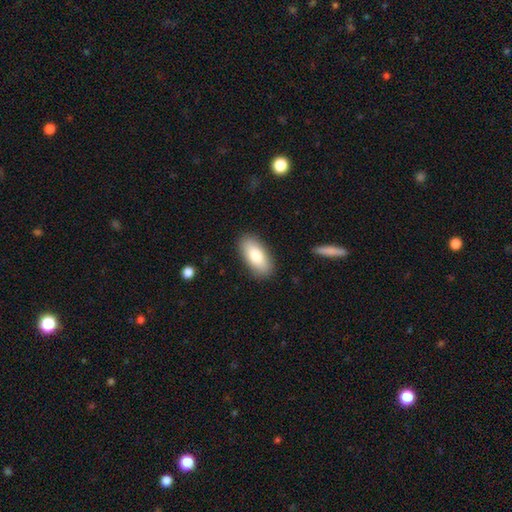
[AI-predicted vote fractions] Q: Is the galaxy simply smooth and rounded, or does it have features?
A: smooth — 80%.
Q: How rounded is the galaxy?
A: in between — 90%.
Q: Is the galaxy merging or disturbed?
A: none — 87%.